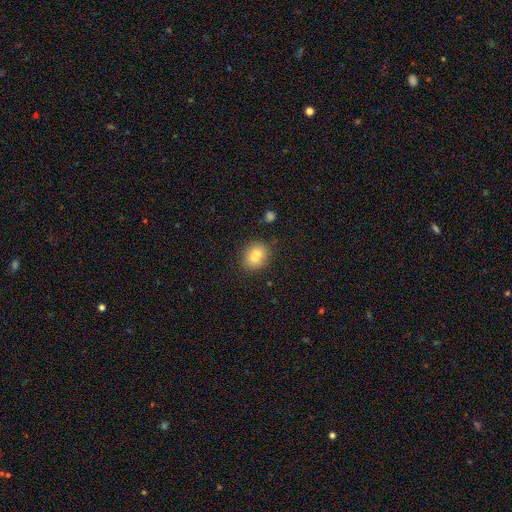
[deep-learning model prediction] The model was most divided on "how rounded": in between: 55%, round: 44%, cigar-shaped: 1%. More confident: smooth or featured — smooth (84%); merging — none (76%).